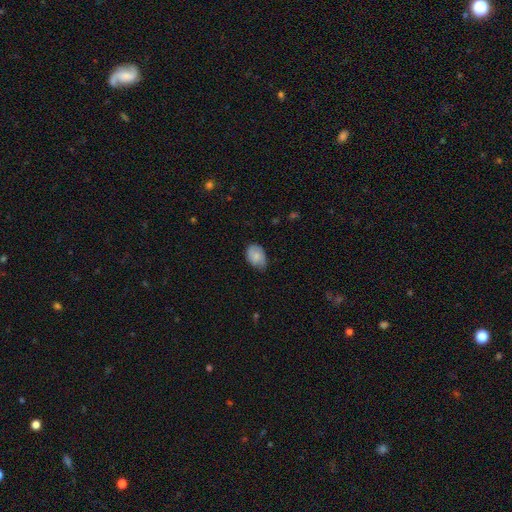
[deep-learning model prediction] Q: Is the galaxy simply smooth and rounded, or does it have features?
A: smooth — 76%.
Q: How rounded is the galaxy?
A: in between — 81%.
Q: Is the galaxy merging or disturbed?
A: none — 62%.